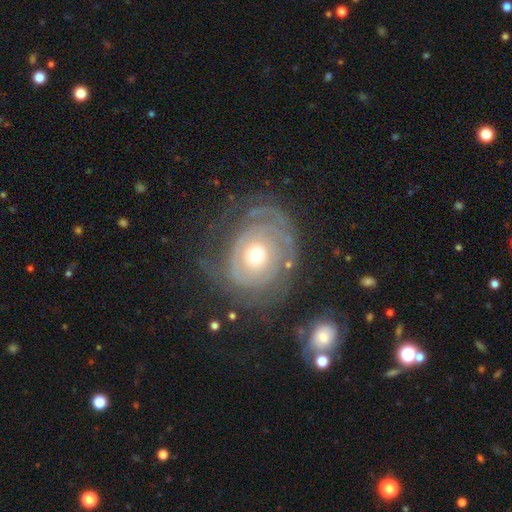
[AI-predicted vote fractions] The model was most divided on "spiral arm count": can't tell: 45%, 2: 20%, 3: 12%, 1: 11%, 4: 6%, more than 4: 6%. More confident: edge-on disk — no (97%); bar — no (85%); spiral arms — yes (83%); smooth or featured — featured or disk (80%); spiral winding — tight (77%); merging — none (63%); bulge size — moderate (61%).